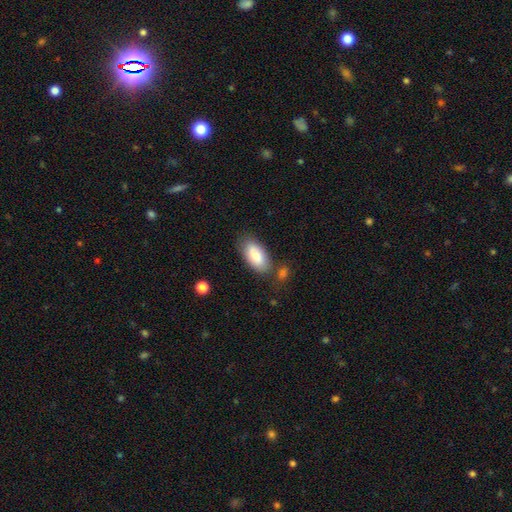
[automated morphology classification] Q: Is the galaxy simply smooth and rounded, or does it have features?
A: smooth — 82%.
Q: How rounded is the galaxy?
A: in between — 93%.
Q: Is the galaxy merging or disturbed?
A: none — 71%.